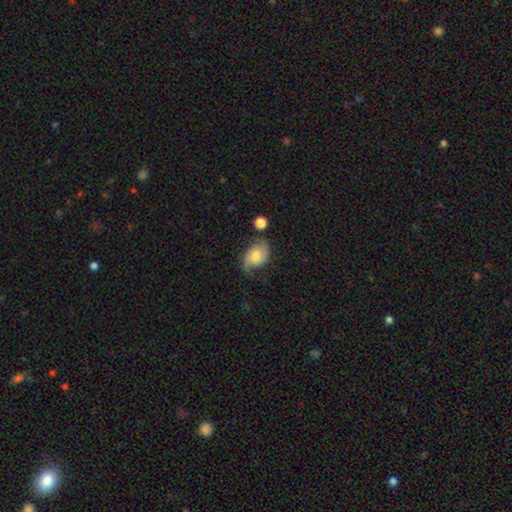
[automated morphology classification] type=featured or disk (63%); edge-on=no (97%); bar=no (60%); spiral arms=yes (92%); winding=medium (44%); arm count=2 (87%); bulge=moderate (48%); merging=none (61%).